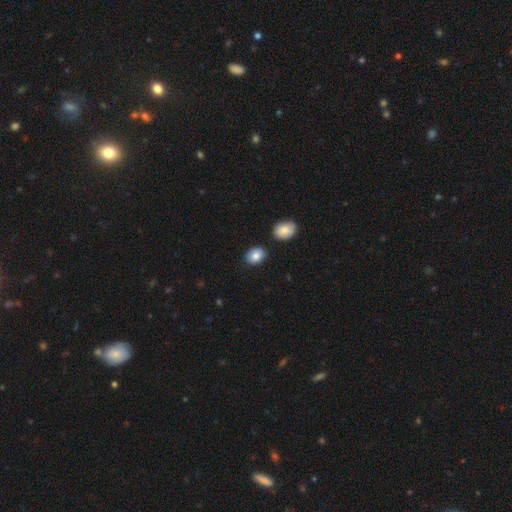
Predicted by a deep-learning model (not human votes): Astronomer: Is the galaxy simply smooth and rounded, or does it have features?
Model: smooth — 84%.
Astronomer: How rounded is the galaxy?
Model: in between — 71%.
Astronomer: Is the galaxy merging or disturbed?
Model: none — 81%.